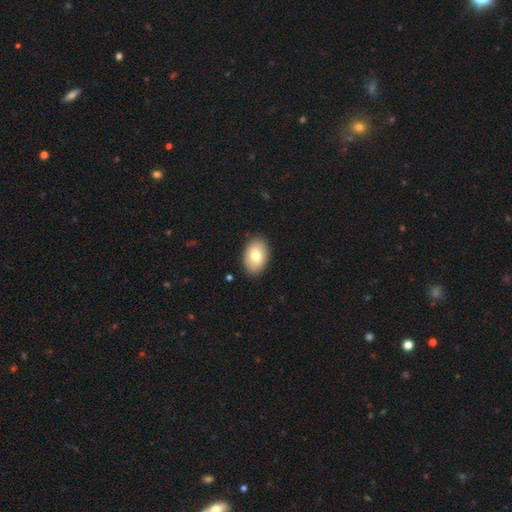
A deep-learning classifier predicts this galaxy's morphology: A smooth galaxy with no disk features (79%) that is in between round and cigar-shaped (89%). Merging: none (88%).